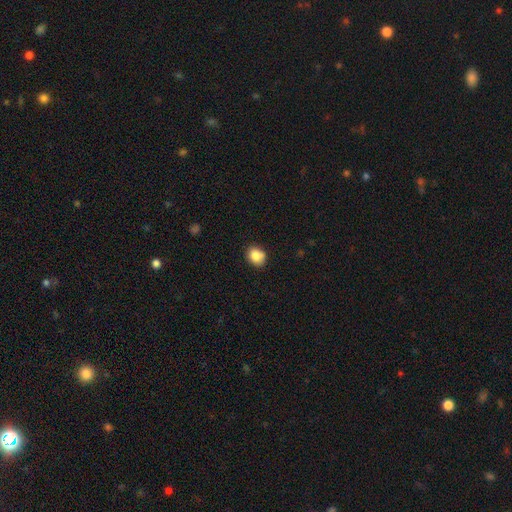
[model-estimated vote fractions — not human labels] A smooth galaxy with no disk features (83%) that is round (64%).

Vote fractions:
- Smooth or featured? smooth: 83% / star or artifact: 9% / featured or disk: 7%
- How rounded? round: 64% / in between: 35% / cigar-shaped: 1%
- Merging? none: 77% / minor disturbance: 16% / merger: 4% / major disturbance: 3%